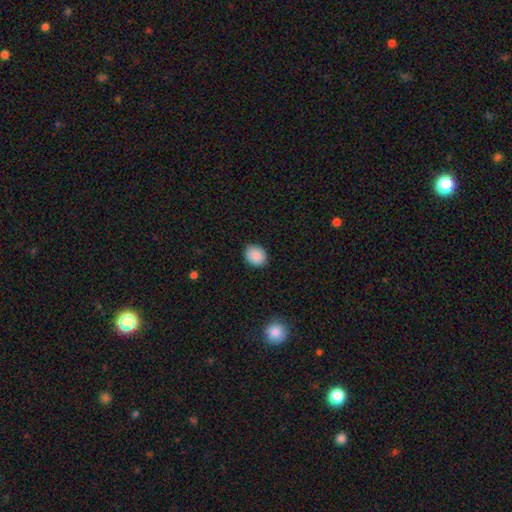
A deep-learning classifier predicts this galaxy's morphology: Q: Smooth or featured?
A: smooth (88%); runner-up: star or artifact (8%)
Q: How rounded?
A: round (54%); runner-up: in between (45%)
Q: Merging?
A: none (89%); runner-up: minor disturbance (8%)